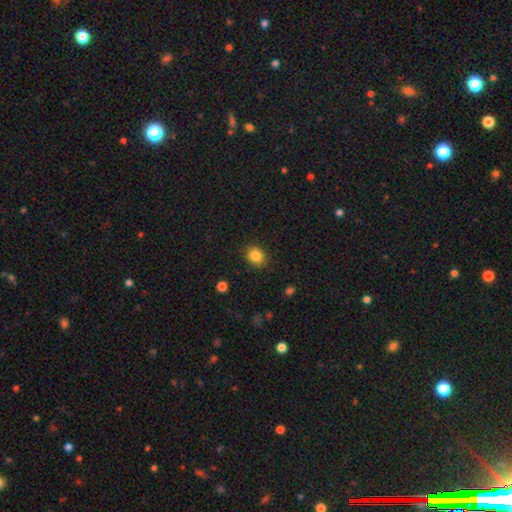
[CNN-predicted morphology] smooth 84%, star or artifact 10%, featured or disk 5%. Down the decision tree: how rounded — round (61%); merging — none (87%).